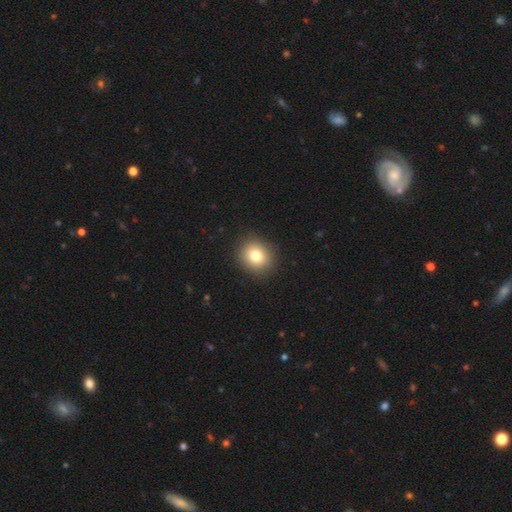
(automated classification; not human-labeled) Smooth or featured: smooth — 80% (star or artifact — 11%)
How rounded: round — 77% (in between — 22%)
Merging: none — 90% (minor disturbance — 7%)